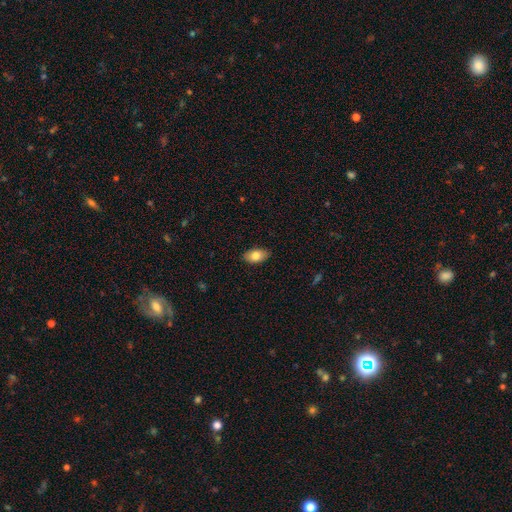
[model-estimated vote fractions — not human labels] Smooth or featured: smooth — 82% (featured or disk — 12%)
How rounded: in between — 93% (round — 5%)
Merging: none — 87% (minor disturbance — 10%)